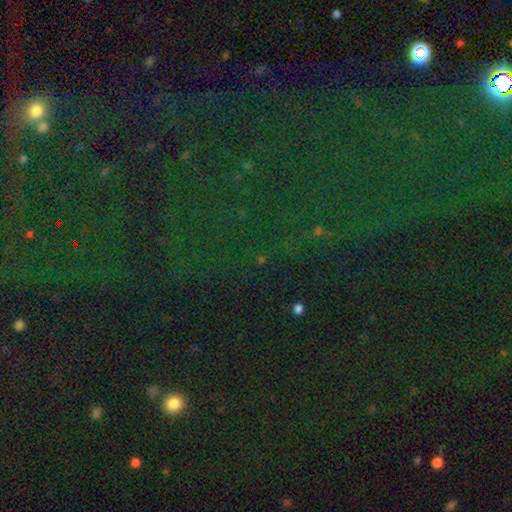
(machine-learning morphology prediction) Overall: star or artifact (82%).